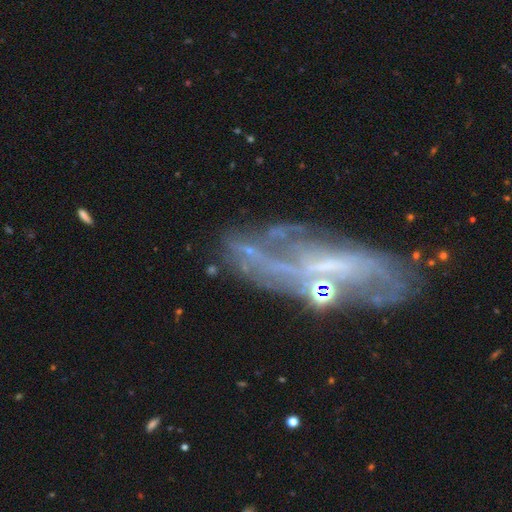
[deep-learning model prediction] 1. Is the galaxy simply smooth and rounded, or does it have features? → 76% featured or disk, 13% smooth, 11% star or artifact.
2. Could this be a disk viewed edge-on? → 88% no, 12% yes.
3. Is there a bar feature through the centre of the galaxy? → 39% weak, 34% no, 27% strong.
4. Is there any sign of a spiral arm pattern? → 74% yes, 26% no.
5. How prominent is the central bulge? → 38% small (tied), 38% none (tied), 19% moderate, 3% large, 2% dominant.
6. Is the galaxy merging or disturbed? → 53% none, 20% minor disturbance, 20% major disturbance, 7% merger.